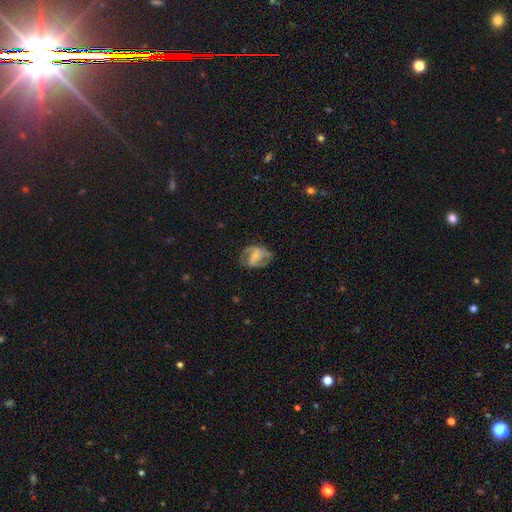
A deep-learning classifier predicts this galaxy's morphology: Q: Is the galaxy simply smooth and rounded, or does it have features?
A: featured or disk — 70%.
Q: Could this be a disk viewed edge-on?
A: no — 97%.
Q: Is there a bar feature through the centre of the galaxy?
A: weak — 40%.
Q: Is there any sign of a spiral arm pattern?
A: yes — 85%.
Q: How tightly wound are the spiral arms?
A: medium — 48%.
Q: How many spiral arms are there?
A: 2 — 70%.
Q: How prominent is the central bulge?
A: small — 59%.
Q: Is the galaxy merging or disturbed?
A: none — 60%.